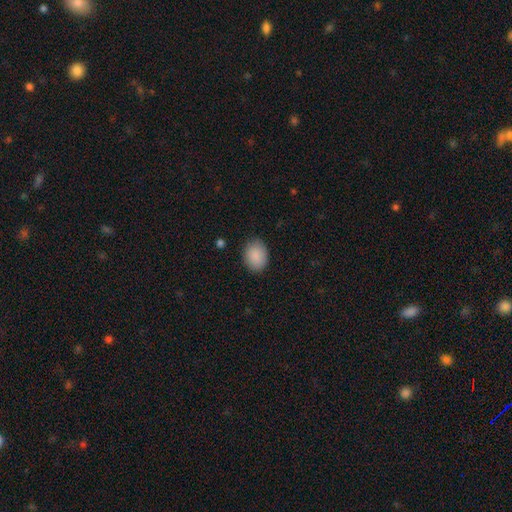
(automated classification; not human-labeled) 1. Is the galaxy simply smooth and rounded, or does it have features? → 89% smooth, 7% star or artifact, 4% featured or disk.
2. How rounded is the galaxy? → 55% in between, 44% round, 1% cigar-shaped.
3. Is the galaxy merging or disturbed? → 84% none, 12% minor disturbance, 3% major disturbance, 1% merger.